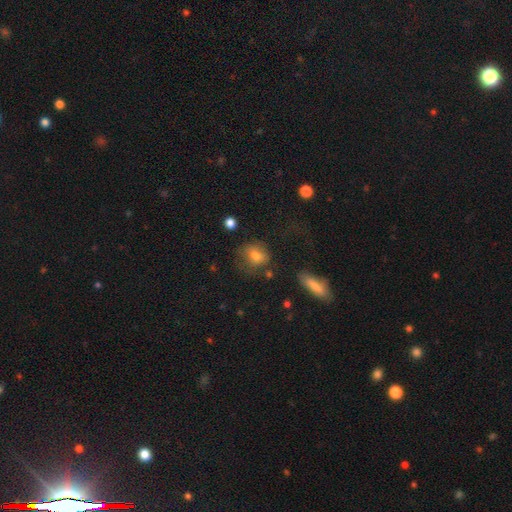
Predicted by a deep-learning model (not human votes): Morphology: type=smooth (74%); roundness=round (49%, tied with in between); merging=none (56%).